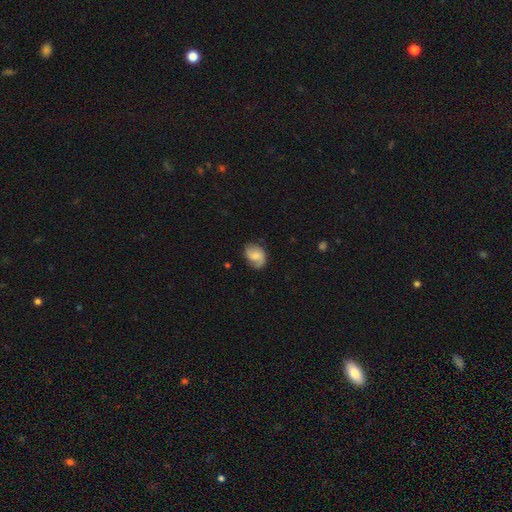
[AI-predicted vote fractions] Morphology: type=smooth (50%); roundness=in between (63%); merging=none (63%).